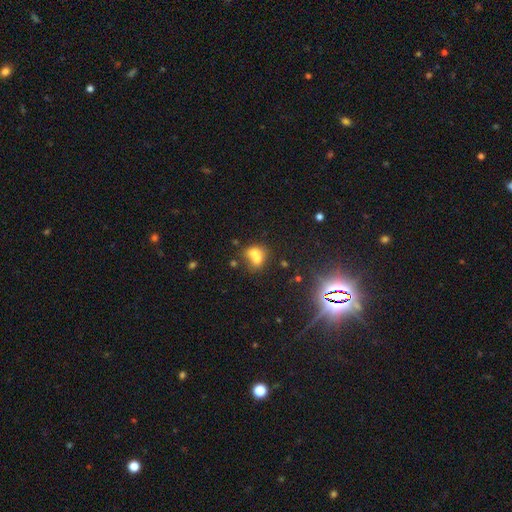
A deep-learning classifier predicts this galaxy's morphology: Smooth or featured?
  - smooth: 65% *
  - featured or disk: 20%
  - star or artifact: 14%
How rounded?
  - round: 51% *
  - in between: 47%
  - cigar-shaped: 2%
Merging?
  - merger: 61% *
  - none: 25%
  - minor disturbance: 8%
  - major disturbance: 5%